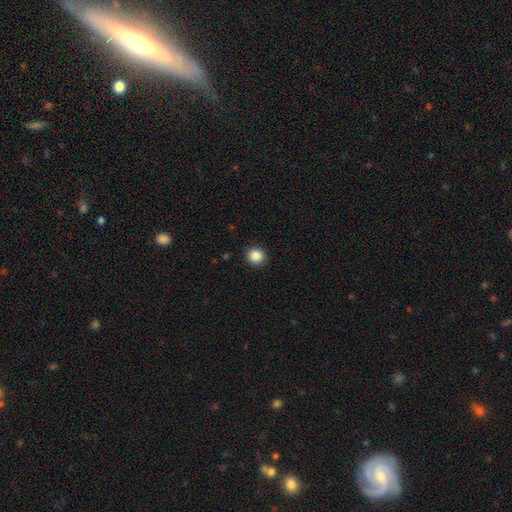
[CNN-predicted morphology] Smooth or featured? smooth (87%)
How rounded? round (87%)
Merging? none (92%)